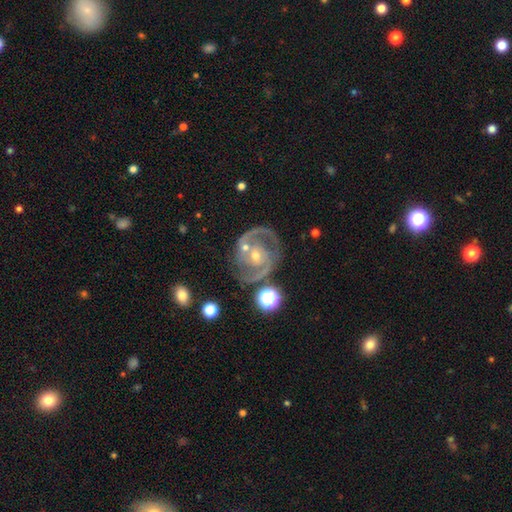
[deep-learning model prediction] smooth-or-featured: featured or disk: 90% | star or artifact: 6% | smooth: 4%
  disk-edge-on: no: 98% | yes: 2%
    bar: no: 52% | weak: 33% | strong: 15%
    has-spiral-arms: yes: 97% | no: 3%
      spiral-winding: medium: 51% | tight: 40% | loose: 9%
      spiral-arm-count: 2: 84% | 3: 6% | can't tell: 4% | 1: 2% | 4: 2% | more than 4: 2%
    bulge-size: small: 54% | moderate: 42% | large: 2% | none: 1% | dominant: 1%
  merging: none: 64% | minor disturbance: 16% | merger: 12% | major disturbance: 9%